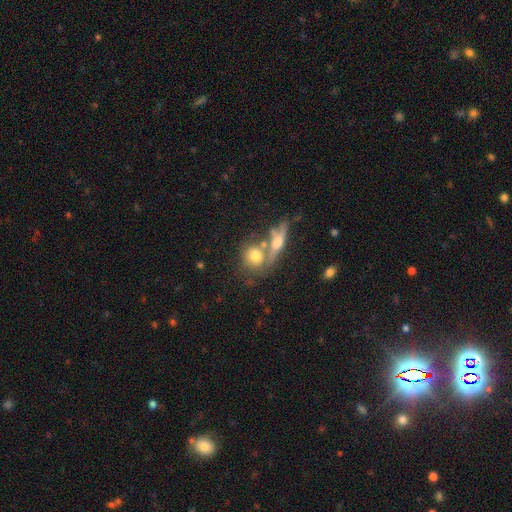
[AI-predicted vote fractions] Smooth or featured?
  - smooth: 60% *
  - featured or disk: 30%
  - star or artifact: 10%
How rounded?
  - round: 62% *
  - in between: 29%
  - cigar-shaped: 8%
Merging?
  - none: 44% *
  - merger: 40%
  - minor disturbance: 11%
  - major disturbance: 5%